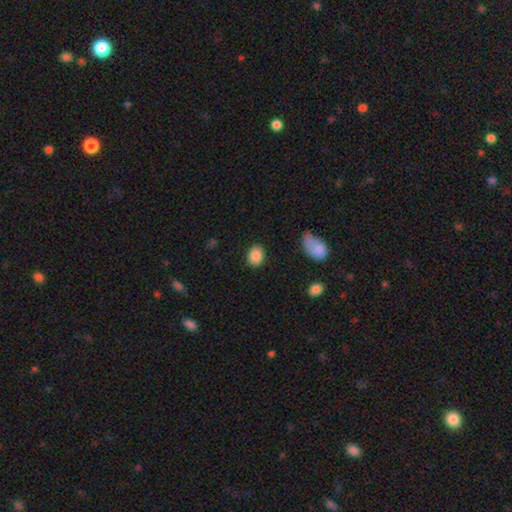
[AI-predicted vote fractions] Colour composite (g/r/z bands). It shows a smooth galaxy with no disk features (87%) that is in between round and cigar-shaped (63%). Merging: none (85%).